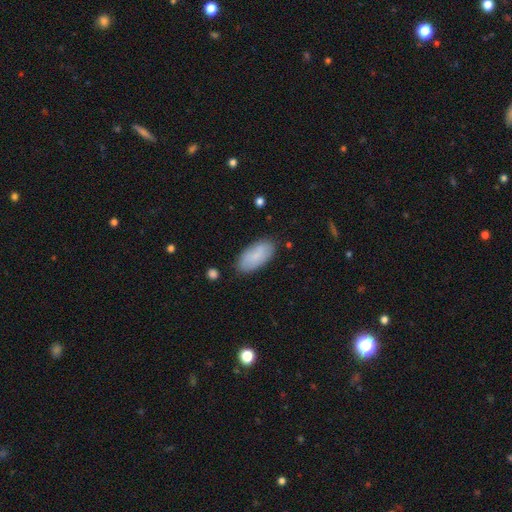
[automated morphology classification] type=smooth (81%); roundness=in between (92%); merging=none (82%).